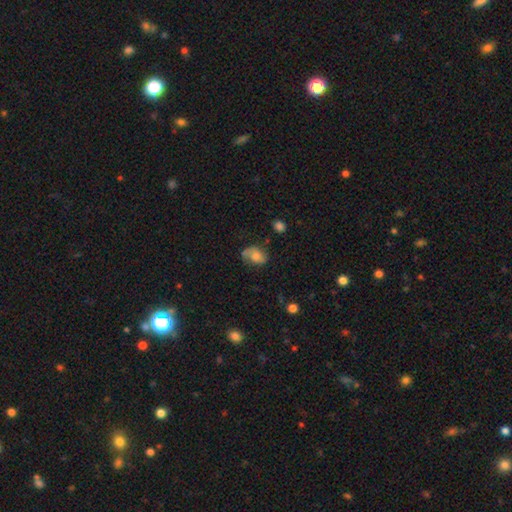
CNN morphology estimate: A featured or disk galaxy (46%). Merging: none (55%).